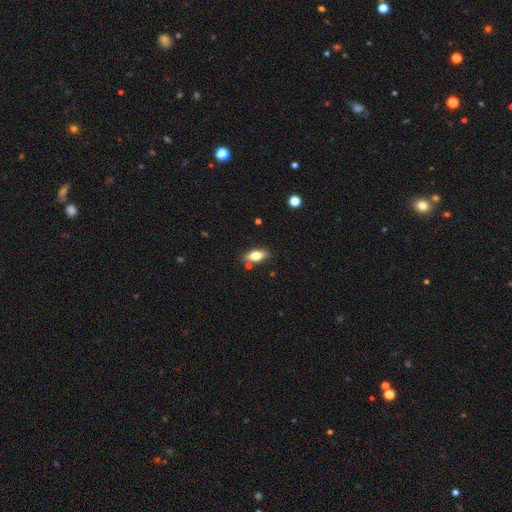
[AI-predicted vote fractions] smooth_or_featured: smooth (p=0.71) [alt: featured or disk p=0.22]
how_rounded: in between (p=0.82) [alt: cigar-shaped p=0.14]
merging: none (p=0.79) [alt: minor disturbance p=0.12]